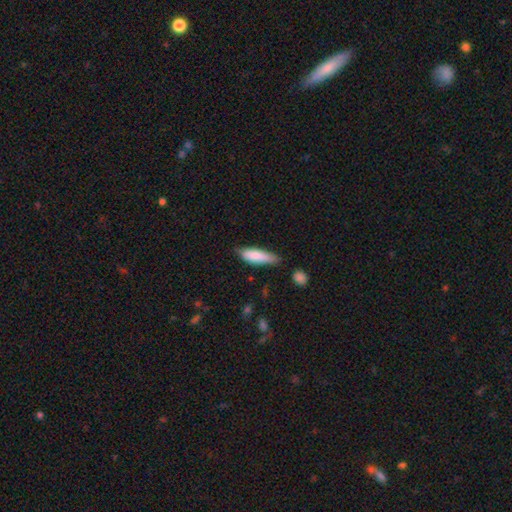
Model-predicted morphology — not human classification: smooth_or_featured: smooth (p=0.81) [alt: featured or disk p=0.13]
how_rounded: cigar-shaped (p=0.53) [alt: in between p=0.45]
merging: none (p=0.63) [alt: minor disturbance p=0.28]